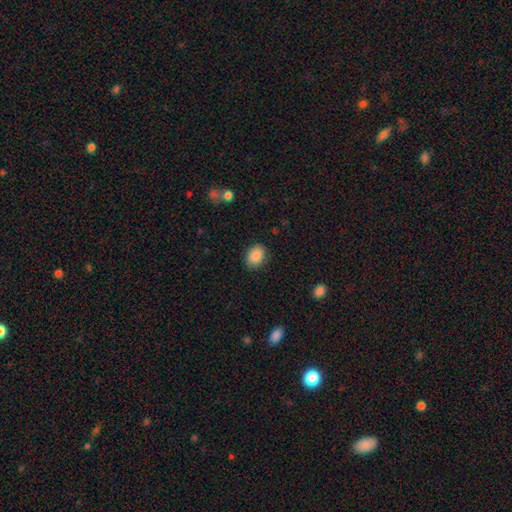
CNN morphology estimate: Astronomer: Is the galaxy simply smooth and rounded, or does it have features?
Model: smooth — 89%.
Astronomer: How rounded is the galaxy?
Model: in between — 69%.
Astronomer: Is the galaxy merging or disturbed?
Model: none — 85%.